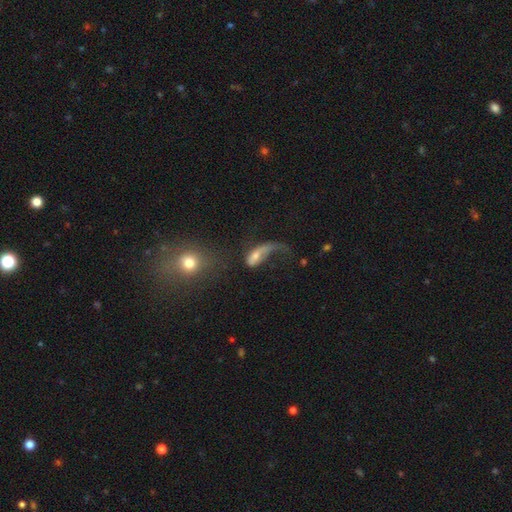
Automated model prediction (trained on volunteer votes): A featured or disk galaxy (51%).

Vote fractions:
- Smooth or featured? featured or disk: 51% / smooth: 38% / star or artifact: 11%
- Edge-on disk? no: 87% / yes: 13%
- Merging? major disturbance: 56% / none: 19% / minor disturbance: 13% / merger: 11%